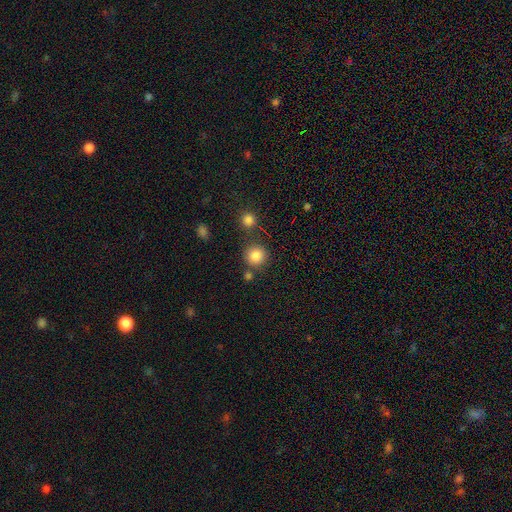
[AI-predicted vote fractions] Smooth or featured?
  - smooth: 85% *
  - star or artifact: 11%
  - featured or disk: 4%
How rounded?
  - round: 91% *
  - in between: 8%
  - cigar-shaped: 1%
Merging?
  - none: 77% *
  - merger: 11%
  - minor disturbance: 9%
  - major disturbance: 4%